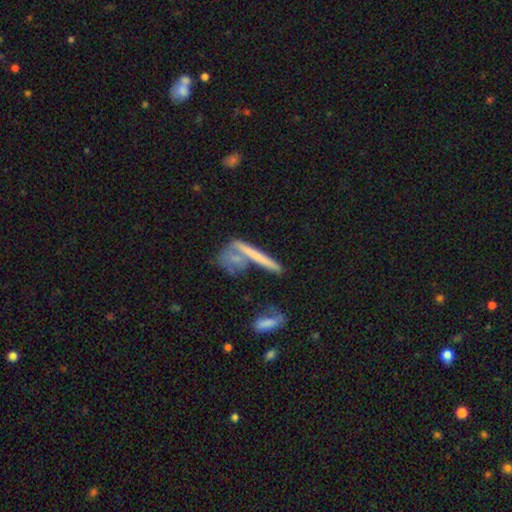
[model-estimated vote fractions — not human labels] The model was most divided on "smooth or featured": smooth: 52%, featured or disk: 38%, star or artifact: 10%. More confident: how rounded — cigar-shaped (89%); merging — none (55%).